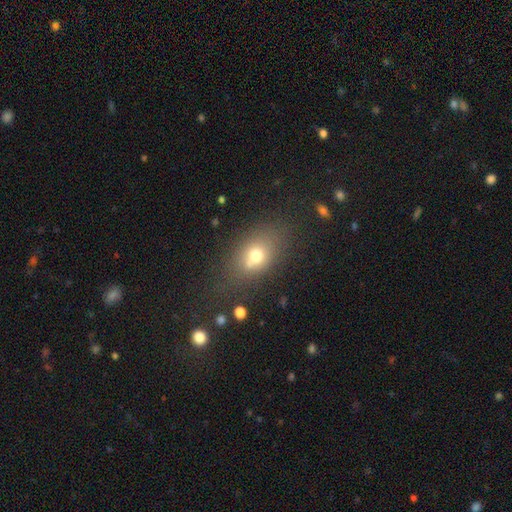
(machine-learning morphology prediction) A smooth galaxy with no disk features (69%) that is in between round and cigar-shaped (69%).

Vote fractions:
- Smooth or featured? smooth: 69% / featured or disk: 17% / star or artifact: 13%
- How rounded? in between: 69% / round: 28% / cigar-shaped: 3%
- Merging? none: 59% / minor disturbance: 17% / merger: 15% / major disturbance: 9%